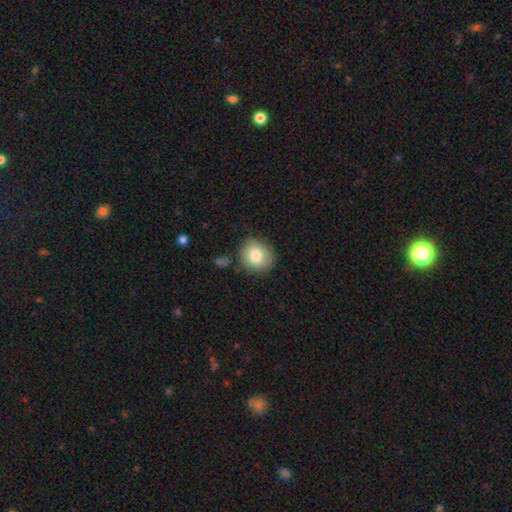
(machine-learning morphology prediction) smooth_or_featured: smooth (p=0.81) [alt: featured or disk p=0.11]
how_rounded: round (p=0.79) [alt: in between p=0.20]
merging: none (p=0.82) [alt: minor disturbance p=0.13]